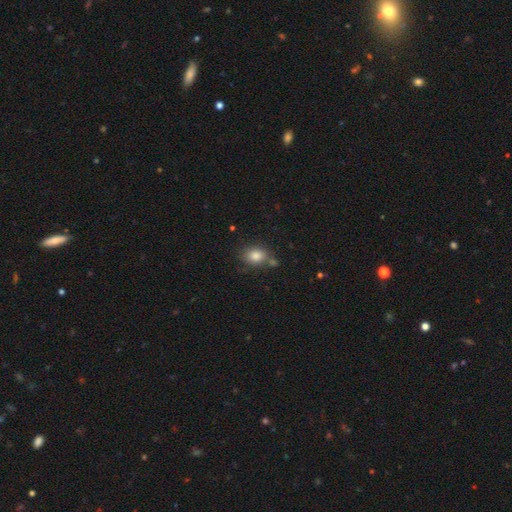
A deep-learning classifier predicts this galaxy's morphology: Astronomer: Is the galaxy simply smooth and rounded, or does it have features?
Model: smooth — 83%.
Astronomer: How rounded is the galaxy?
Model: in between — 60% (runner-up: round, 39%).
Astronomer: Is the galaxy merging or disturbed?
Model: none — 68%.